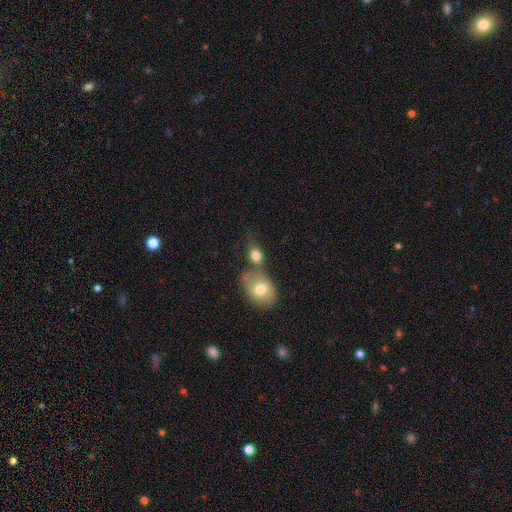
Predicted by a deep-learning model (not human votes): smooth 76%, featured or disk 15%, star or artifact 9%. Down the decision tree: how rounded — in between (68%); merging — none (40%, tied with merger).